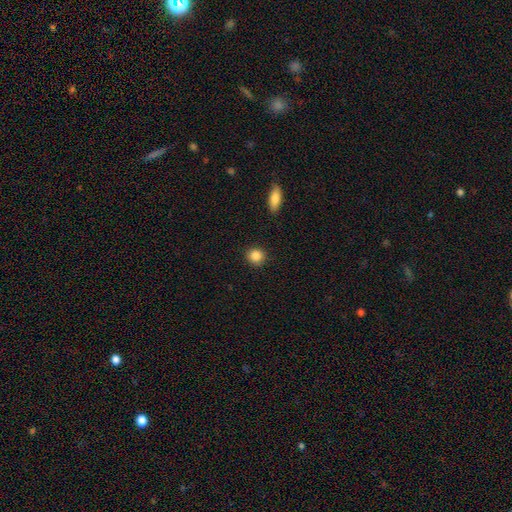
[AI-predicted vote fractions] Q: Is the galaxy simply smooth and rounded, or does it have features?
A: smooth — 87%.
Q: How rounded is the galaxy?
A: round — 90%.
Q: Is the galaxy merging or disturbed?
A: none — 91%.